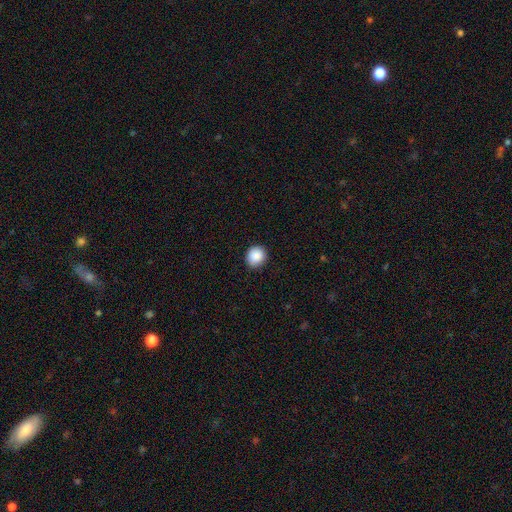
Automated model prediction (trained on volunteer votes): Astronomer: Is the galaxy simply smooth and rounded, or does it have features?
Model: smooth — 89%.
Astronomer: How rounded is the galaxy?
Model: round — 85%.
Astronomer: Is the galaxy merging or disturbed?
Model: none — 89%.